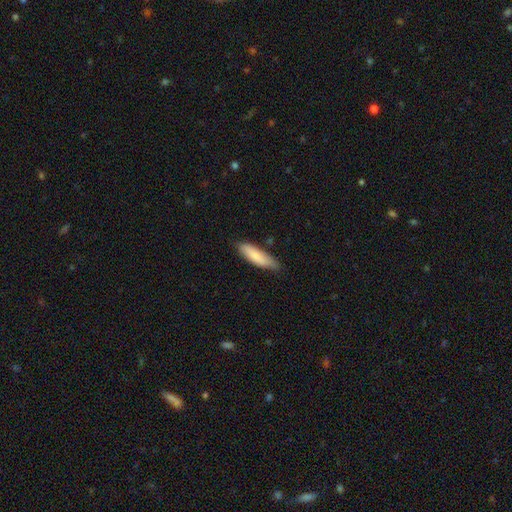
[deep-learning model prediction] This is clearly a smooth galaxy (81%). How rounded: possibly cigar-shaped (52%). Merging: likely none (74%).